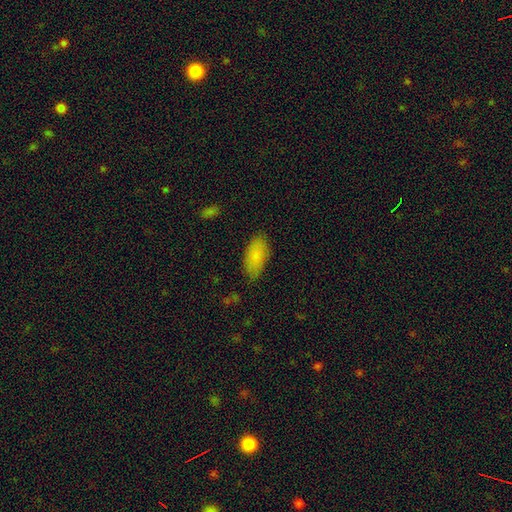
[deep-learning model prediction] smooth-or-featured: smooth: 85% | star or artifact: 7% | featured or disk: 7%
  how-rounded: in between: 91% | cigar-shaped: 7% | round: 2%
  merging: none: 80% | minor disturbance: 15% | major disturbance: 3% | merger: 1%